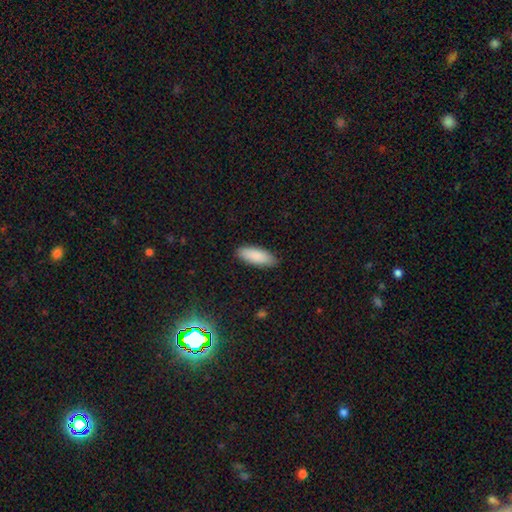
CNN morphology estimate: The model was most divided on "how rounded": in between: 73%, cigar-shaped: 25%, round: 2%. More confident: smooth or featured — smooth (89%); merging — none (87%).